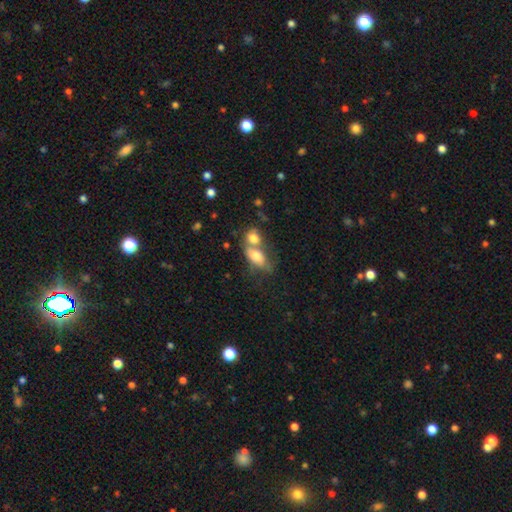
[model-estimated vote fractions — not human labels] Smooth or featured? Predicted: smooth (p=0.72). How rounded? Predicted: in between (p=0.80). Merging? Predicted: merger (p=0.61).